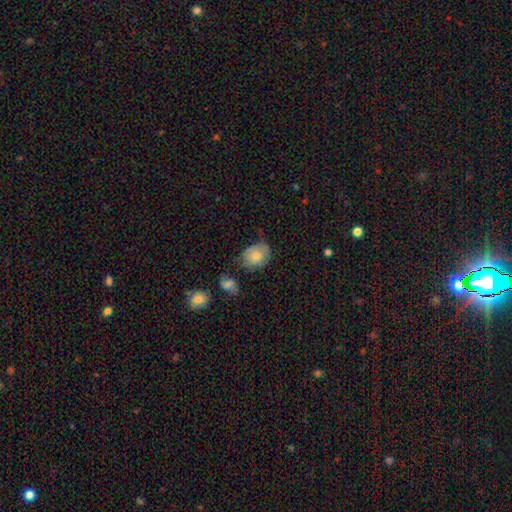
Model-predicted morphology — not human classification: A smooth galaxy with no disk features (72%) that is in between round and cigar-shaped (67%). Merging: none (53%).